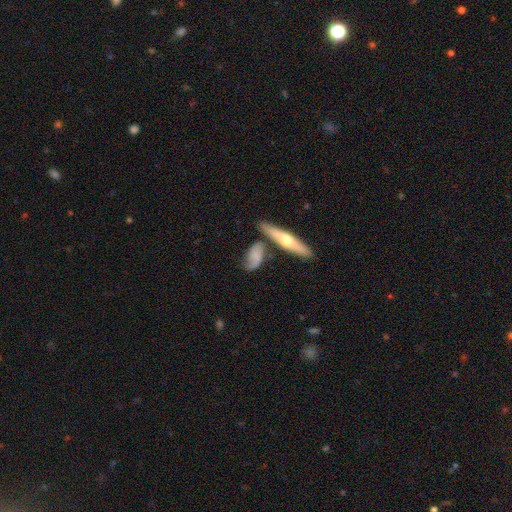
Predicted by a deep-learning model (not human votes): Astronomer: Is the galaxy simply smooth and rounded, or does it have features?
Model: smooth — 49% (runner-up: featured or disk, 44%).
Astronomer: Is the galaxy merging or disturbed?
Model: none — 57%.